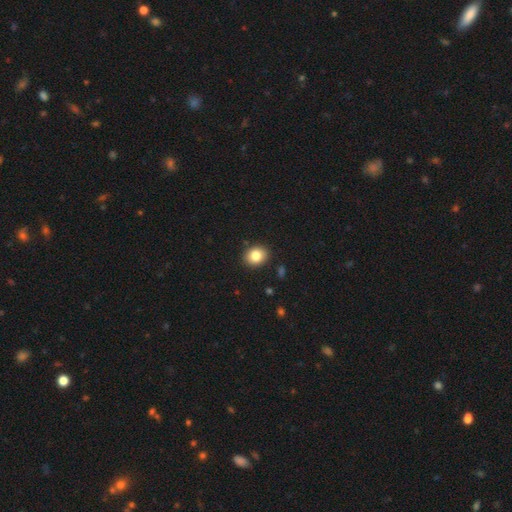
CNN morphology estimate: smooth-or-featured: smooth: 83% | star or artifact: 9% | featured or disk: 8%
  how-rounded: round: 55% | in between: 44% | cigar-shaped: 1%
  merging: none: 89% | minor disturbance: 8% | major disturbance: 2% | merger: 1%